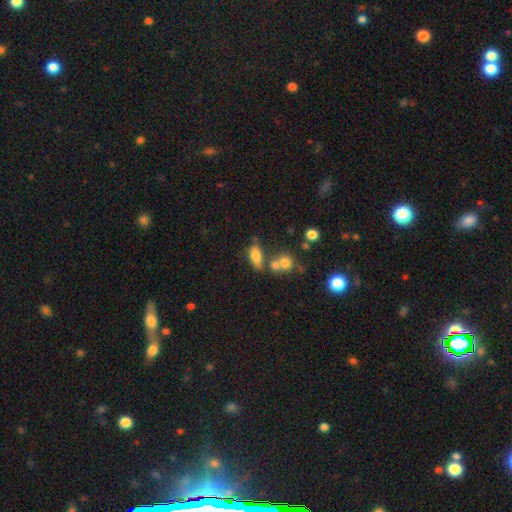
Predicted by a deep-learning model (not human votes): This appears to be a smooth galaxy with no disk features (74%) that is in between round and cigar-shaped (77%). Merging: none (50%).